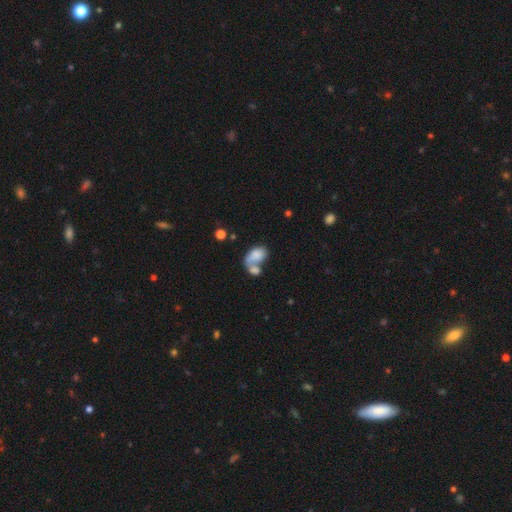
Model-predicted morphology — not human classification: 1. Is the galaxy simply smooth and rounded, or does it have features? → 72% smooth, 20% featured or disk, 8% star or artifact.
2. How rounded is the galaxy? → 83% in between, 15% round, 2% cigar-shaped.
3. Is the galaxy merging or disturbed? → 63% merger, 16% none, 13% major disturbance, 9% minor disturbance.